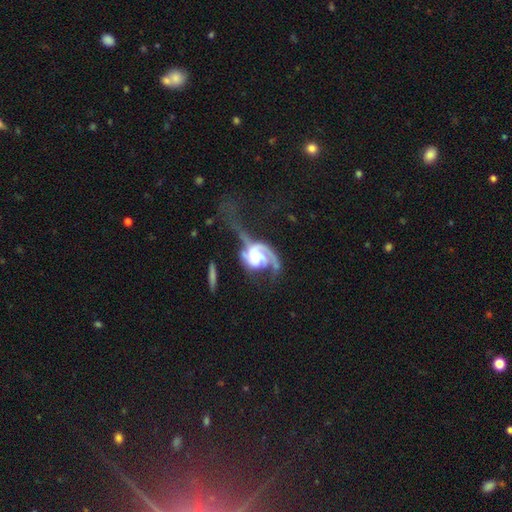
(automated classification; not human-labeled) This appears to be a featured or disk galaxy (84%) with no bar (51%), 2 (61%) medium (42%) spiral arms (94%) and a large central bulge (42%). Merging: major disturbance (52%).